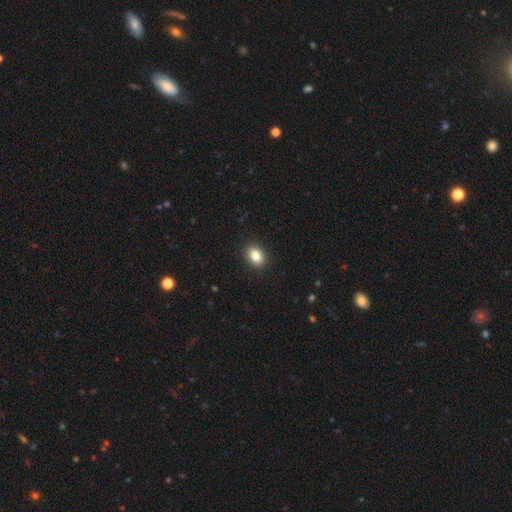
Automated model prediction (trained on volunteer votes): This appears to be a smooth galaxy with no disk features (85%) that is in between round and cigar-shaped (68%). Merging: none (90%).